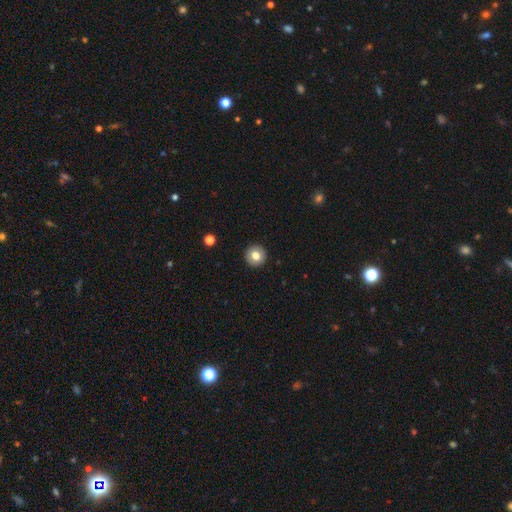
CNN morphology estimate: Smooth or featured? smooth (77%)
How rounded? round (95%)
Merging? none (93%)